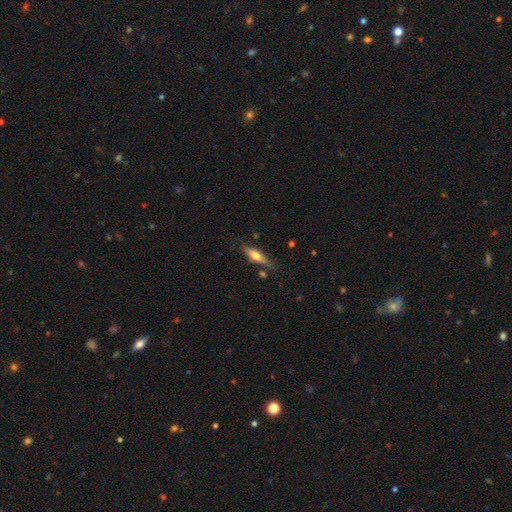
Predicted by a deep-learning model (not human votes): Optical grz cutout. It shows a smooth galaxy with no disk features (48%). Merging: none (77%).